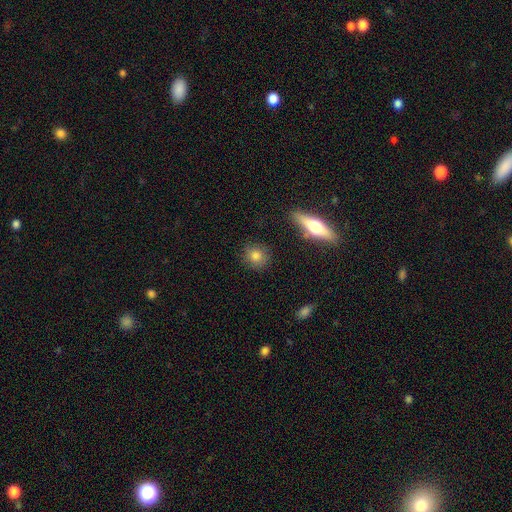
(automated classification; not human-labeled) Smooth or featured: smooth — 79% (featured or disk — 12%)
How rounded: round — 82% (in between — 16%)
Merging: none — 84% (minor disturbance — 11%)